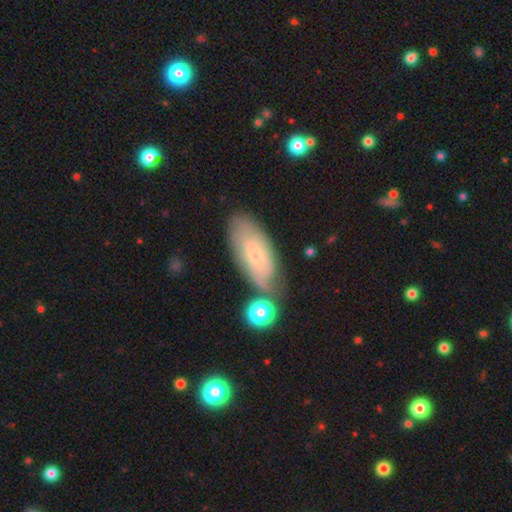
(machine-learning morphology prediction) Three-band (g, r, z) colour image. It shows a smooth galaxy with no disk features (49%). Merging: none (62%).